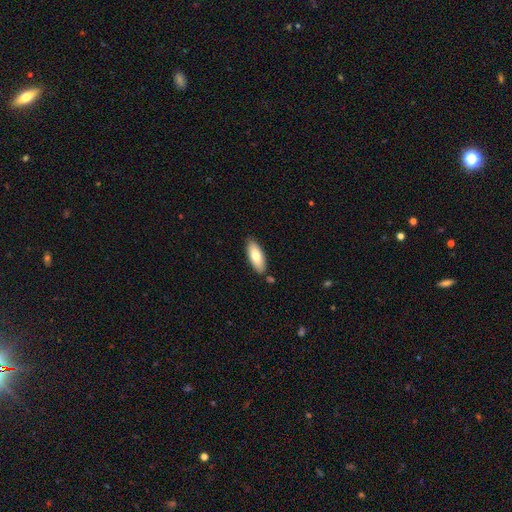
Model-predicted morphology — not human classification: A smooth galaxy with no disk features (74%) that is in between round and cigar-shaped (76%). Merging: none (84%).